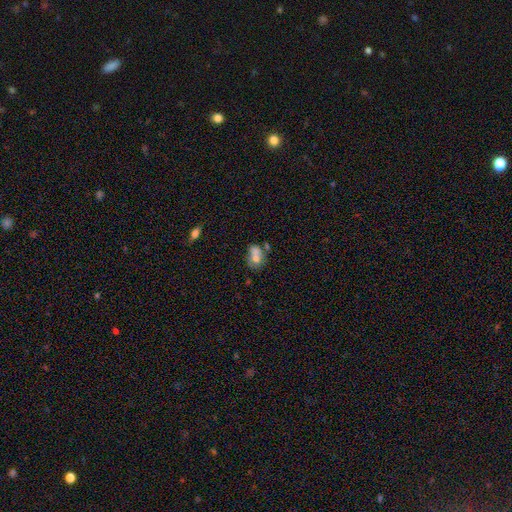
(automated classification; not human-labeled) smooth_or_featured: smooth (p=0.63) [alt: featured or disk p=0.26]
how_rounded: in between (p=0.66) [alt: round p=0.32]
merging: merger (p=0.38) [alt: none p=0.35]